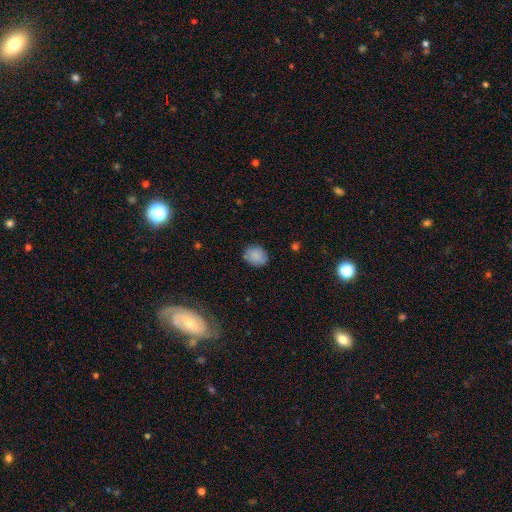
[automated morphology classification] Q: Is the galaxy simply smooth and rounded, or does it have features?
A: smooth — 84%.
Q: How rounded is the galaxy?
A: round — 59%.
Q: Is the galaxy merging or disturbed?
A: none — 79%.